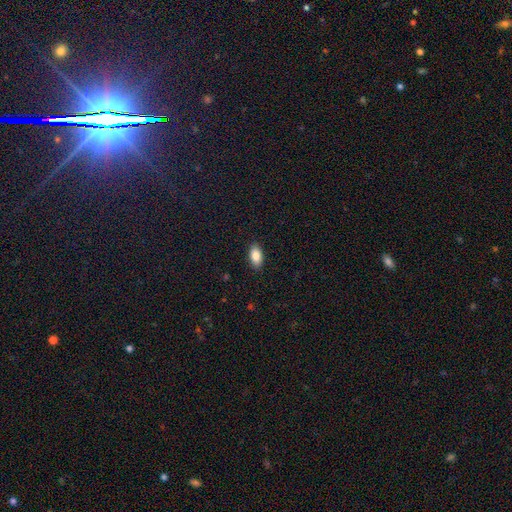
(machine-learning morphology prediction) The model was most divided on "smooth or featured": smooth: 85%, featured or disk: 8%, star or artifact: 7%. More confident: how rounded — in between (92%); merging — none (88%).